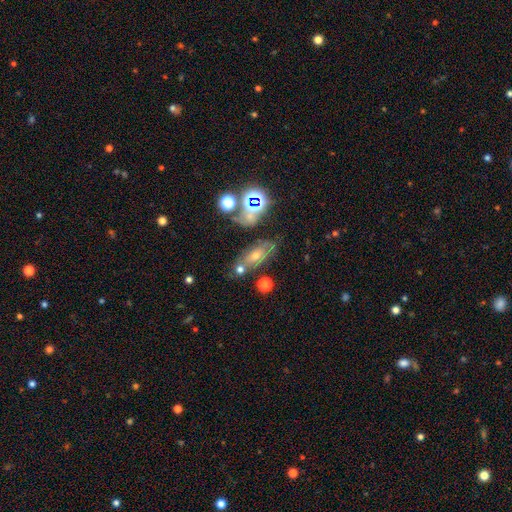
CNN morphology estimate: Smooth or featured: featured or disk — 37% (smooth — 35%)
Merging: none — 56% (minor disturbance — 19%)